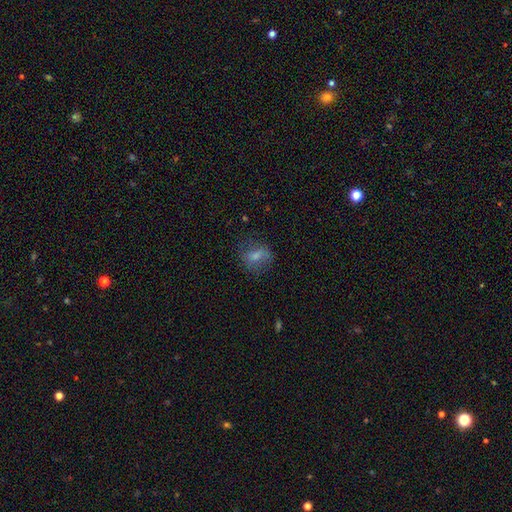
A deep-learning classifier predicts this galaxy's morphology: A smooth galaxy with no disk features (55%) that is in between round and cigar-shaped (48%).

Vote fractions:
- Smooth or featured? smooth: 55% / featured or disk: 27% / star or artifact: 18%
- How rounded? in between: 48% / round: 46% / cigar-shaped: 5%
- Merging? none: 72% / minor disturbance: 18% / major disturbance: 9% / merger: 1%